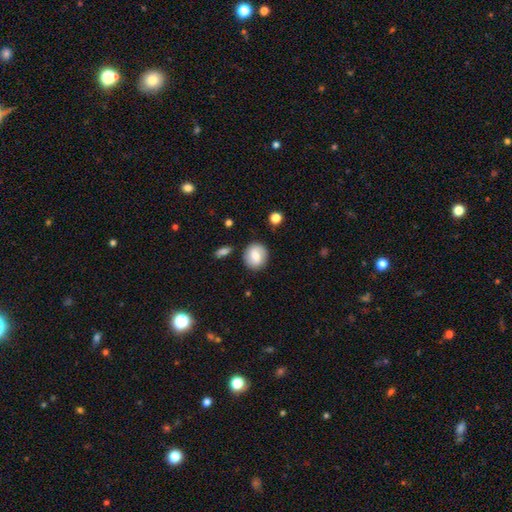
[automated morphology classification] Smooth or featured?
  - smooth: 65% *
  - featured or disk: 27%
  - star or artifact: 8%
How rounded?
  - round: 79% *
  - in between: 19%
  - cigar-shaped: 1%
Merging?
  - none: 83% *
  - minor disturbance: 11%
  - merger: 3%
  - major disturbance: 3%